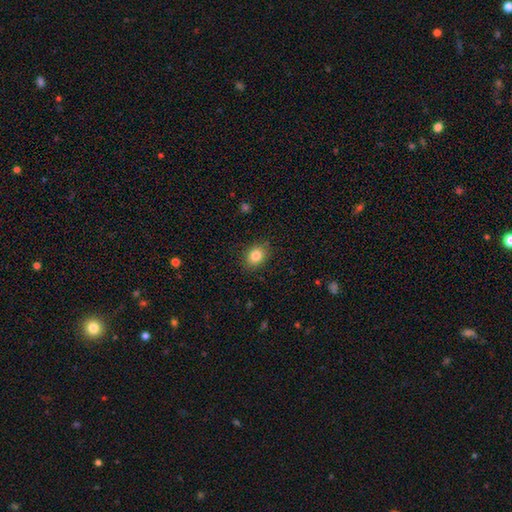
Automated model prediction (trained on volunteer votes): Q: Smooth or featured?
A: smooth (84%); runner-up: star or artifact (9%)
Q: How rounded?
A: in between (61%); runner-up: round (38%)
Q: Merging?
A: none (86%); runner-up: minor disturbance (10%)